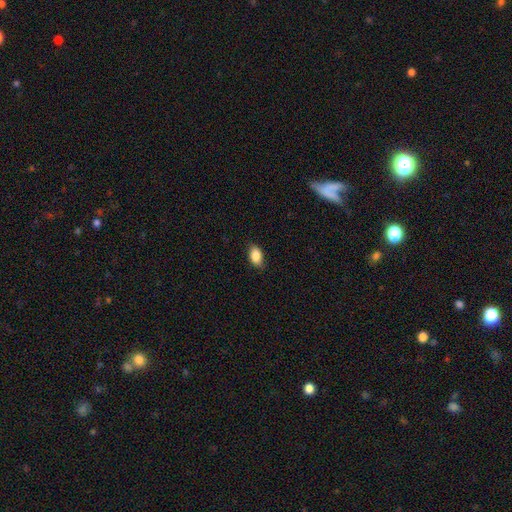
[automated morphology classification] smooth 86%, star or artifact 7%, featured or disk 6%. Down the decision tree: how rounded — in between (90%); merging — none (83%).